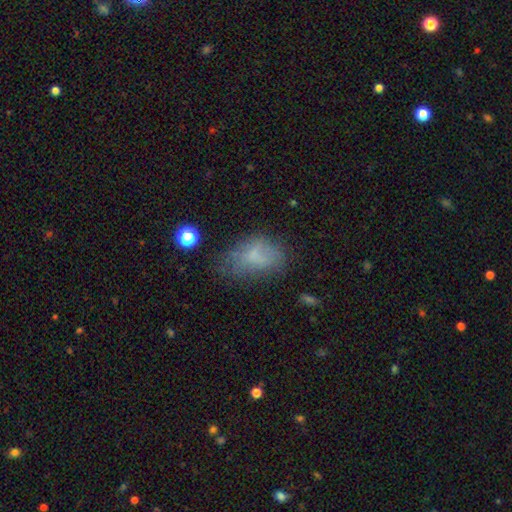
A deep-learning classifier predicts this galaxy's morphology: Smooth or featured?
  - smooth: 61% *
  - featured or disk: 25%
  - star or artifact: 14%
How rounded?
  - in between: 84% *
  - round: 14%
  - cigar-shaped: 2%
Merging?
  - none: 41% *
  - minor disturbance: 31%
  - major disturbance: 24%
  - merger: 4%